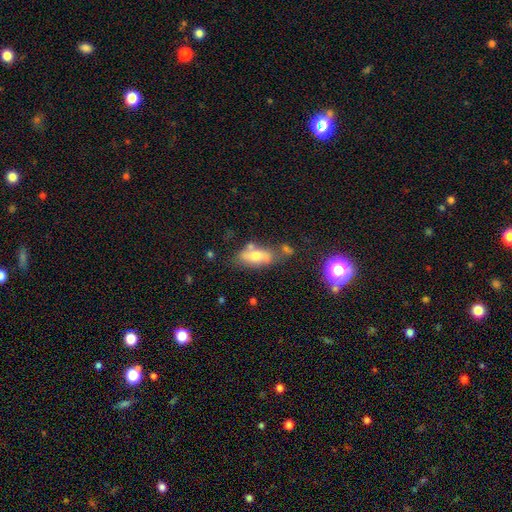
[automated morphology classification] Smooth or featured? smooth (56%)
How rounded? in between (83%)
Merging? none (54%)